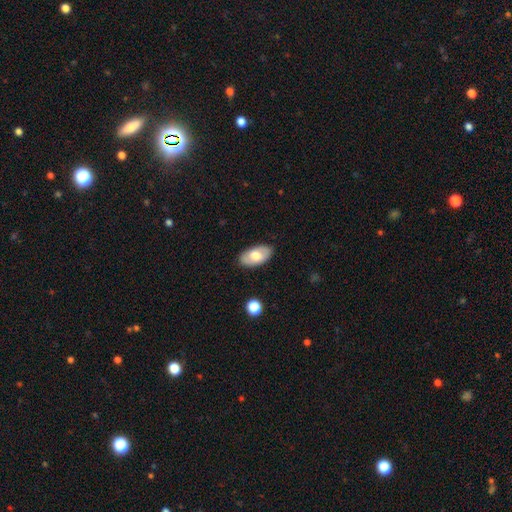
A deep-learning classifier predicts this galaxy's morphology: Smooth or featured: smooth — 65% (featured or disk — 28%)
How rounded: in between — 95% (round — 4%)
Merging: none — 85% (minor disturbance — 12%)